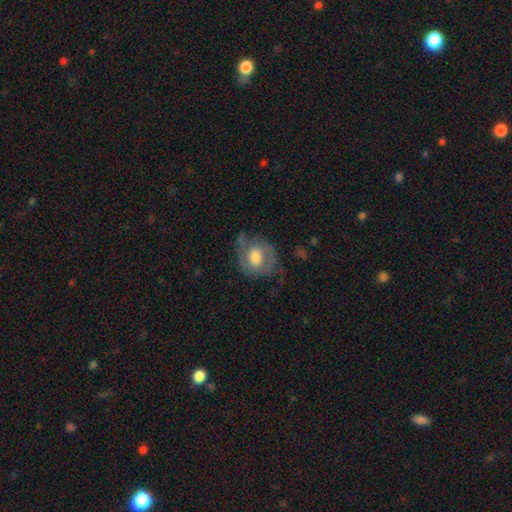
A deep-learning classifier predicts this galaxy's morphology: A featured or disk galaxy (50%). Merging: none (64%).